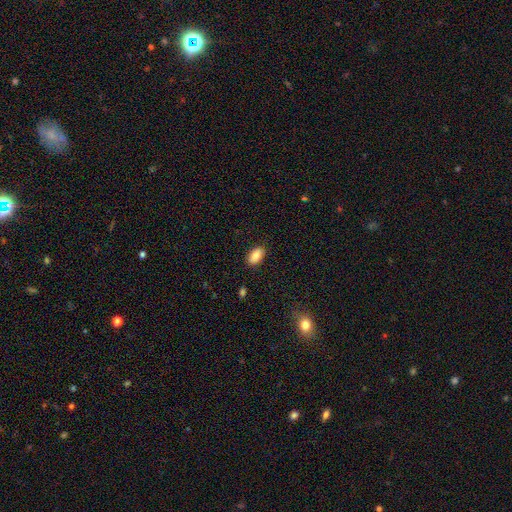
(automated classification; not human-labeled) Smooth or featured? Predicted: smooth (p=0.87). How rounded? Predicted: in between (p=0.93). Merging? Predicted: none (p=0.87).